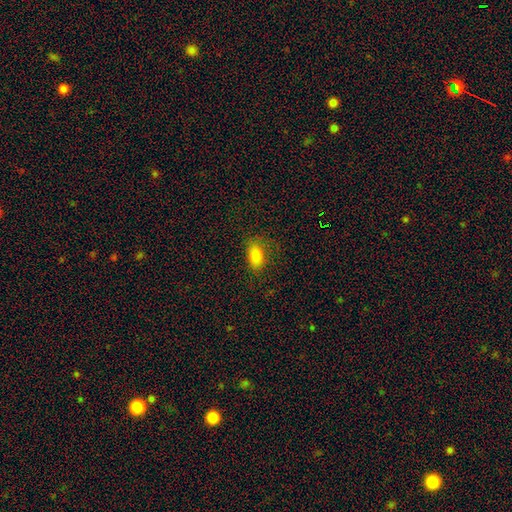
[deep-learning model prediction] smooth_or_featured: smooth (p=0.83) [alt: star or artifact p=0.11]
how_rounded: in between (p=0.87) [alt: round p=0.11]
merging: none (p=0.76) [alt: minor disturbance p=0.16]